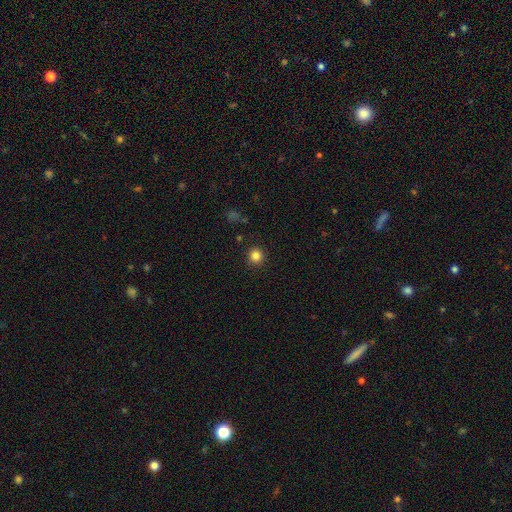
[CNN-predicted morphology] This is clearly a smooth galaxy (84%). How rounded: clearly round (94%). Merging: clearly none (91%).